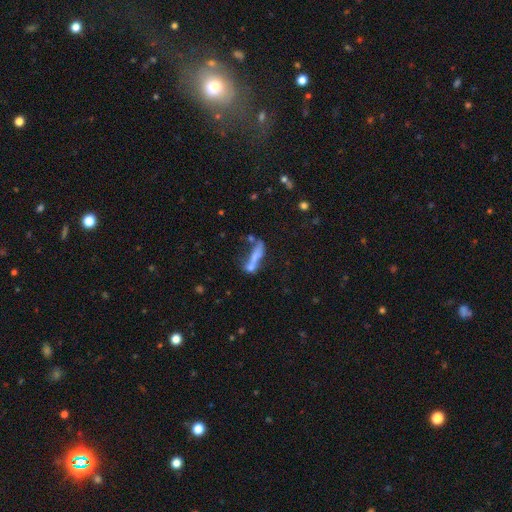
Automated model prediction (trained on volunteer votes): Morphology: type=smooth (53%); roundness=cigar-shaped (64%); merging=merger (41%).